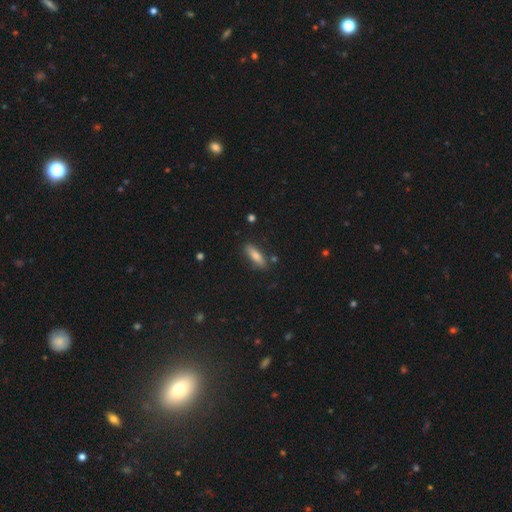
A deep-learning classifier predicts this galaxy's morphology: Smooth or featured? Predicted: smooth (p=0.78). How rounded? Predicted: cigar-shaped (p=0.54). Merging? Predicted: none (p=0.83).